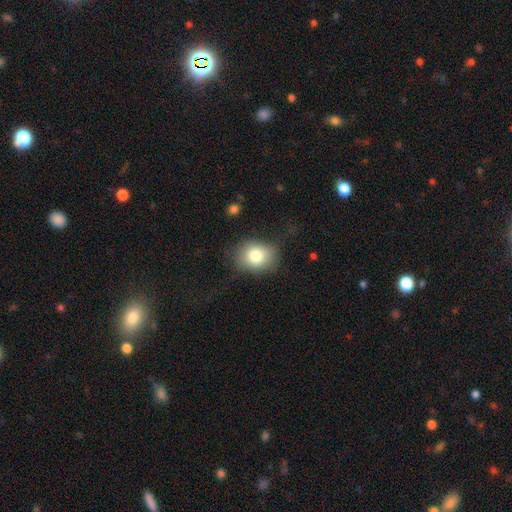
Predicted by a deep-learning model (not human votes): A smooth galaxy with no disk features (78%) that is round (53%).

Vote fractions:
- Smooth or featured? smooth: 78% / featured or disk: 12% / star or artifact: 10%
- How rounded? round: 53% / in between: 46% / cigar-shaped: 1%
- Merging? none: 71% / minor disturbance: 18% / major disturbance: 9% / merger: 2%